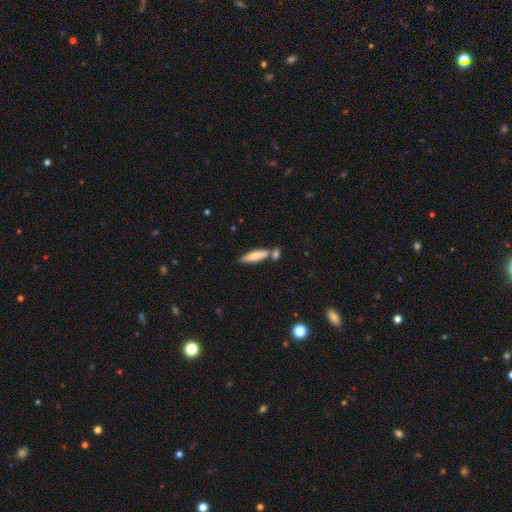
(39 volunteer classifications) Overall: smooth (74%). How rounded: cigar-shaped (62%; in between 38%). Merging: none (55%; merger 32%).